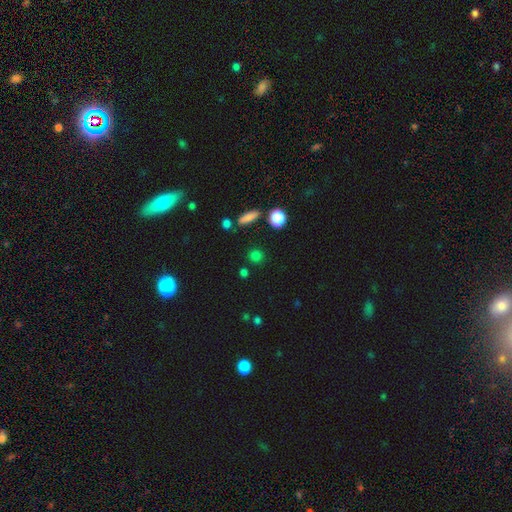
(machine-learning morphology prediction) Smooth or featured? smooth (76%)
How rounded? round (84%)
Merging? none (83%)